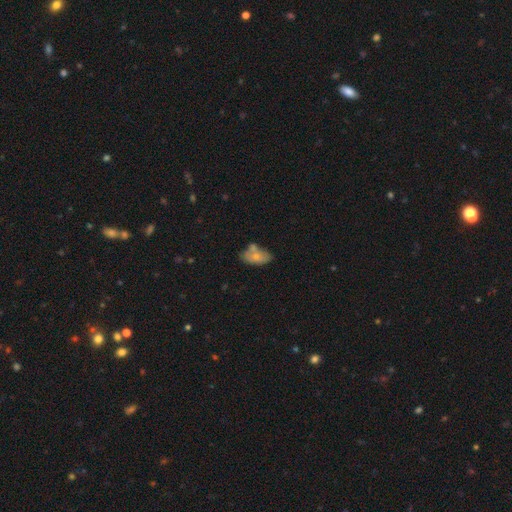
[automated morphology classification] Q: Smooth or featured?
A: smooth (68%); runner-up: featured or disk (25%)
Q: How rounded?
A: in between (91%); runner-up: round (6%)
Q: Merging?
A: none (45%); runner-up: merger (27%)